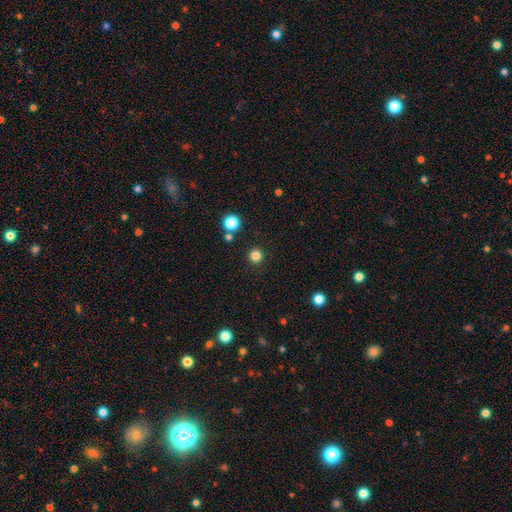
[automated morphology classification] Smooth or featured? Predicted: smooth (p=0.82). How rounded? Predicted: round (p=0.96). Merging? Predicted: none (p=0.91).